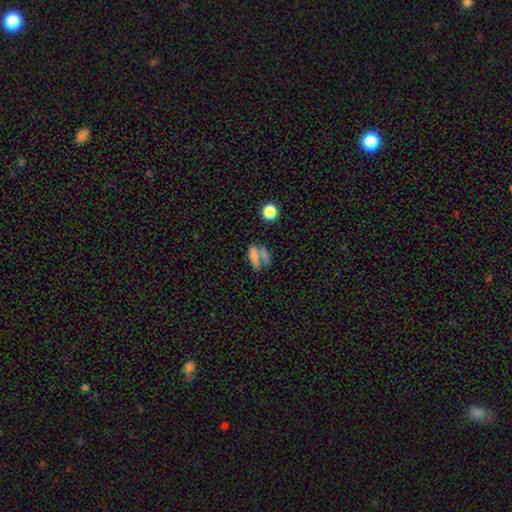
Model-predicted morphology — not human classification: A smooth galaxy with no disk features (68%) that is in between round and cigar-shaped (59%). Merging: none (37%).